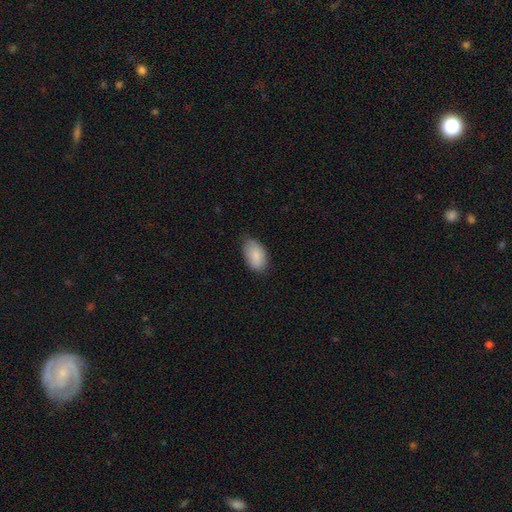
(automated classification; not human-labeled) Smooth or featured? Predicted: smooth (p=0.87). How rounded? Predicted: in between (p=0.93). Merging? Predicted: none (p=0.73).